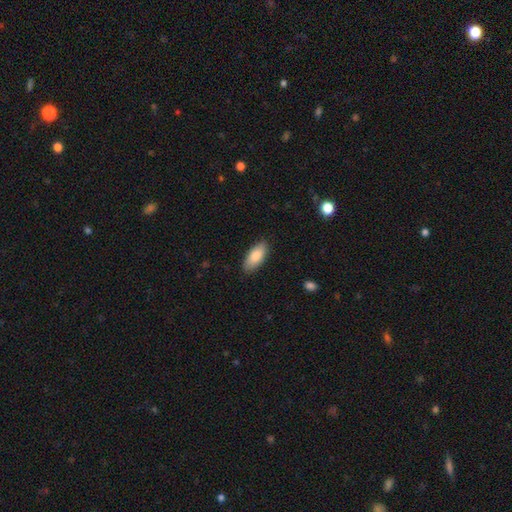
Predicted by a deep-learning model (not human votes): smooth-or-featured: smooth: 84% | featured or disk: 10% | star or artifact: 6%
  how-rounded: in between: 86% | cigar-shaped: 13% | round: 2%
  merging: none: 86% | minor disturbance: 11% | major disturbance: 2% | merger: 1%